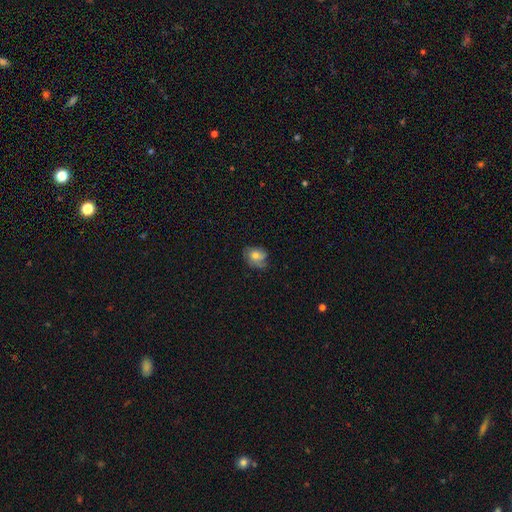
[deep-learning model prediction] The model was most divided on "smooth or featured": smooth: 50%, featured or disk: 41%, star or artifact: 9%. More confident: merging — none (57%).